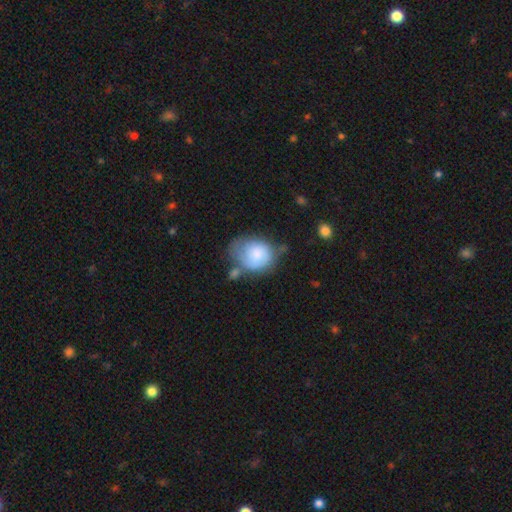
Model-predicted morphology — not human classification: Q: Smooth or featured?
A: smooth (70%); runner-up: featured or disk (23%)
Q: How rounded?
A: round (50%); runner-up: in between (49%)
Q: Merging?
A: minor disturbance (34%); runner-up: none (30%)